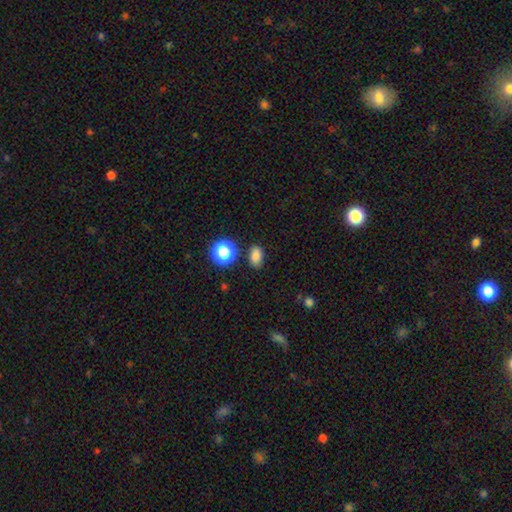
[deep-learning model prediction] smooth-or-featured: smooth: 81% | star or artifact: 14% | featured or disk: 5%
  how-rounded: in between: 79% | round: 19% | cigar-shaped: 2%
  merging: none: 84% | minor disturbance: 10% | merger: 3% | major disturbance: 3%